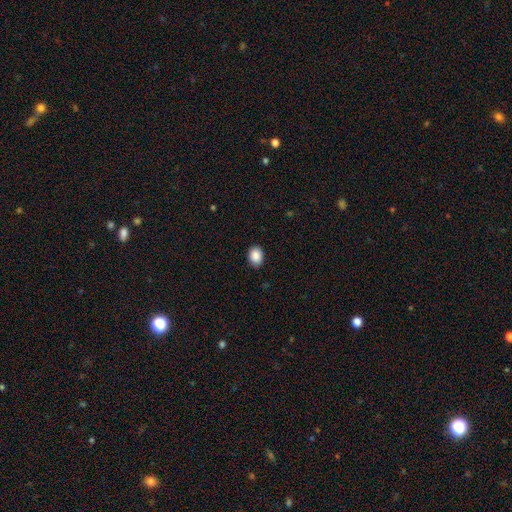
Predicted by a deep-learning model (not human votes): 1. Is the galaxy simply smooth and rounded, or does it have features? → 89% smooth, 8% star or artifact, 3% featured or disk.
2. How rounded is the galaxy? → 64% in between, 35% round, 1% cigar-shaped.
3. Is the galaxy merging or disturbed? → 87% none, 10% minor disturbance, 2% major disturbance, 1% merger.